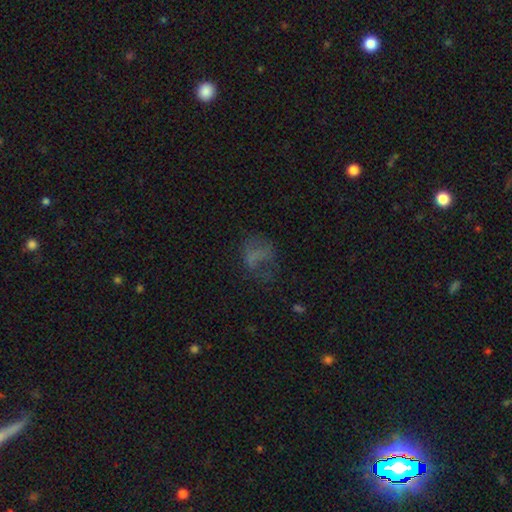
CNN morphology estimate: smooth_or_featured: smooth (p=0.50) [alt: featured or disk p=0.27]
how_rounded: in between (p=0.55) [alt: round p=0.43]
merging: none (p=0.41) [alt: major disturbance p=0.34]